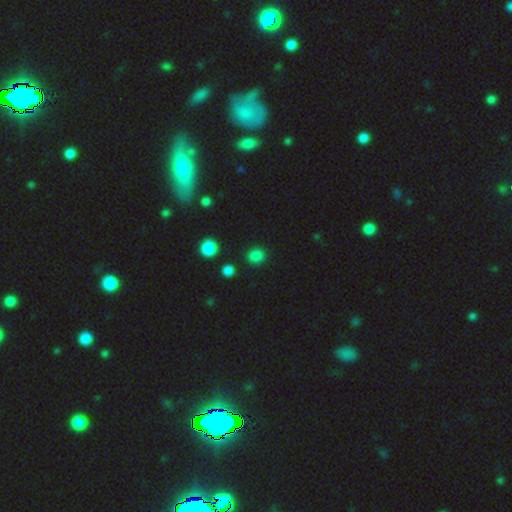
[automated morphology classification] smooth 81%, star or artifact 15%, featured or disk 3%. Down the decision tree: how rounded — round (76%); merging — none (88%).